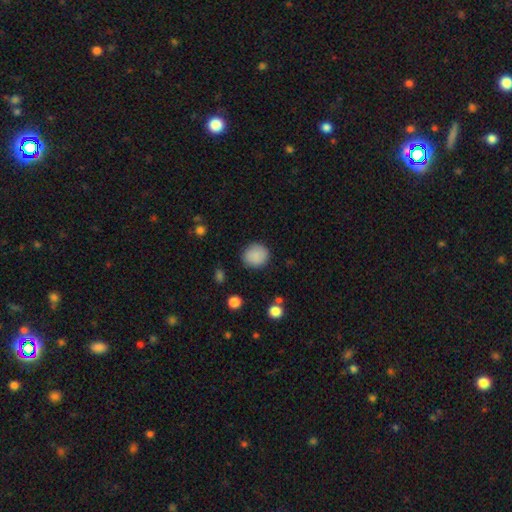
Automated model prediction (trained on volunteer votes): Smooth or featured? smooth (87%)
How rounded? round (82%)
Merging? none (87%)